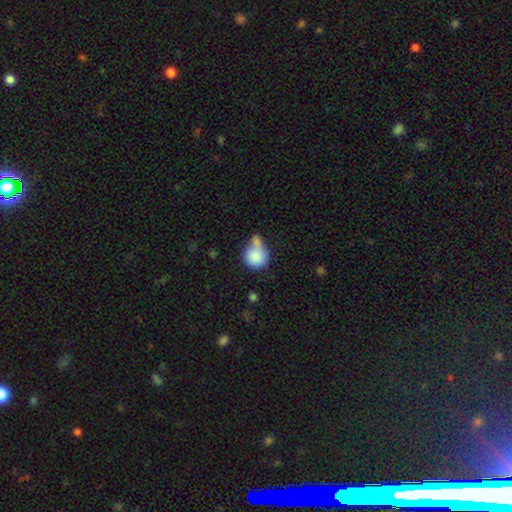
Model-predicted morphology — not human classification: This appears to be a smooth galaxy with no disk features (82%) that is round (84%). Merging: merger (40%).